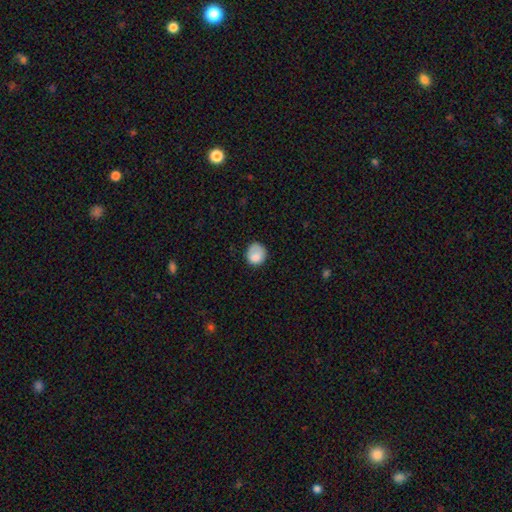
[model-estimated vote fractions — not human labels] Q: Smooth or featured?
A: smooth (83%); runner-up: star or artifact (8%)
Q: How rounded?
A: round (82%); runner-up: in between (18%)
Q: Merging?
A: none (69%); runner-up: minor disturbance (22%)